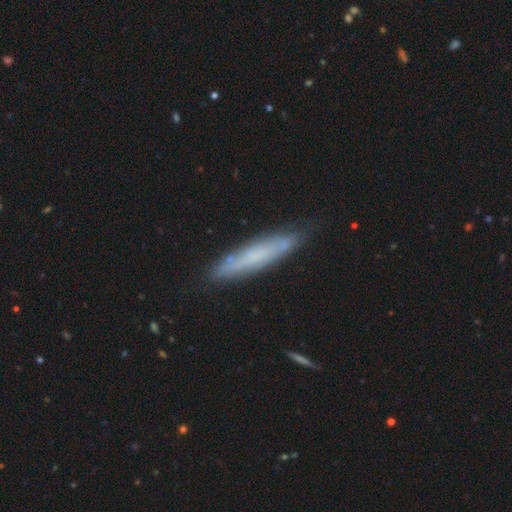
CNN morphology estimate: Q: Smooth or featured?
A: smooth (49%); runner-up: featured or disk (44%)
Q: Merging?
A: none (80%); runner-up: minor disturbance (15%)